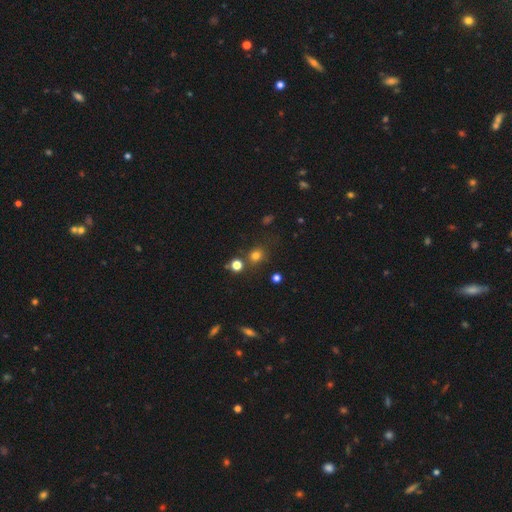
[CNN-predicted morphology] smooth_or_featured: smooth (p=0.74) [alt: star or artifact p=0.20]
how_rounded: round (p=0.82) [alt: in between p=0.17]
merging: none (p=0.73) [alt: merger p=0.12]